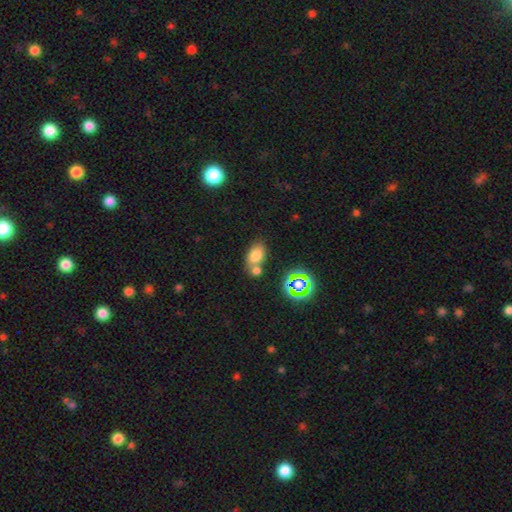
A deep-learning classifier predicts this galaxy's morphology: Smooth or featured?
  - smooth: 74% *
  - star or artifact: 15%
  - featured or disk: 11%
How rounded?
  - in between: 81% *
  - round: 17%
  - cigar-shaped: 2%
Merging?
  - none: 52% *
  - merger: 32%
  - minor disturbance: 12%
  - major disturbance: 4%